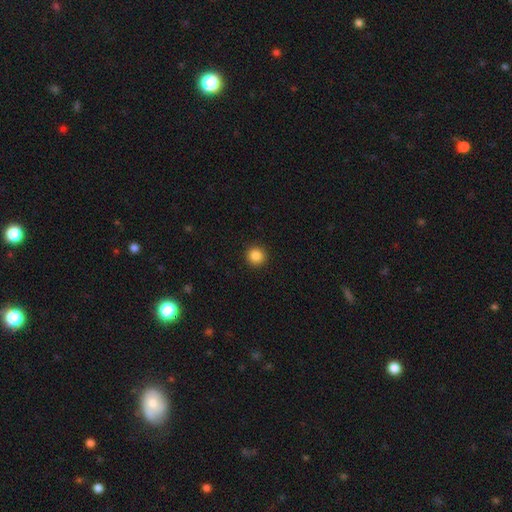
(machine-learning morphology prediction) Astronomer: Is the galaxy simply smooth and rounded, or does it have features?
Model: smooth — 86%.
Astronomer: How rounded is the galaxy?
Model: round — 95%.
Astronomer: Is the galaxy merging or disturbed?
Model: none — 93%.